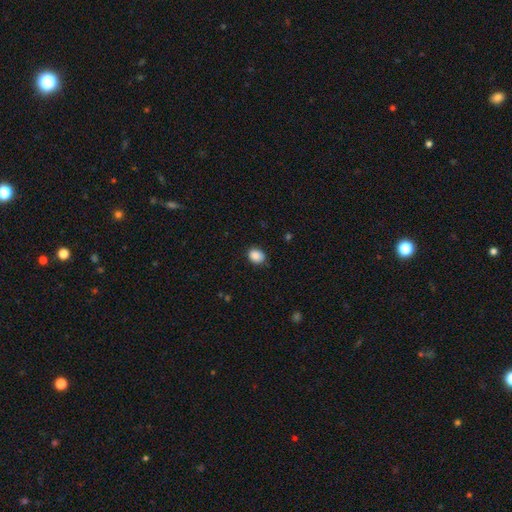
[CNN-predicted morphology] smooth 87%, star or artifact 8%, featured or disk 4%. Down the decision tree: how rounded — in between (55%); merging — none (79%).